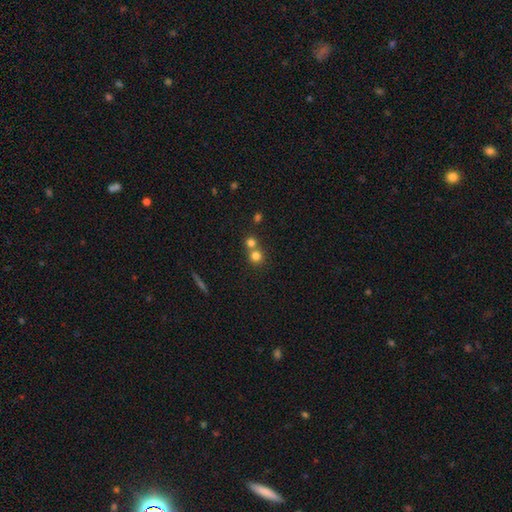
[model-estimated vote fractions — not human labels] The model was most divided on "merging": none: 50%, merger: 43%, minor disturbance: 5%, major disturbance: 2%. More confident: how rounded — round (91%); smooth or featured — smooth (77%).